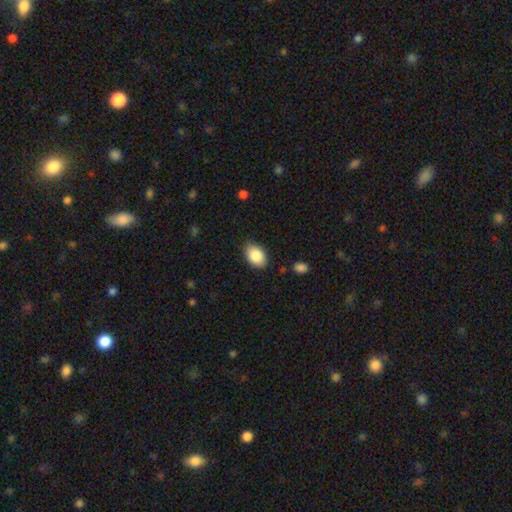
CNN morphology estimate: smooth-or-featured: smooth: 88% | star or artifact: 7% | featured or disk: 6%
  how-rounded: in between: 88% | round: 11% | cigar-shaped: 1%
  merging: none: 85% | minor disturbance: 11% | major disturbance: 2% | merger: 1%